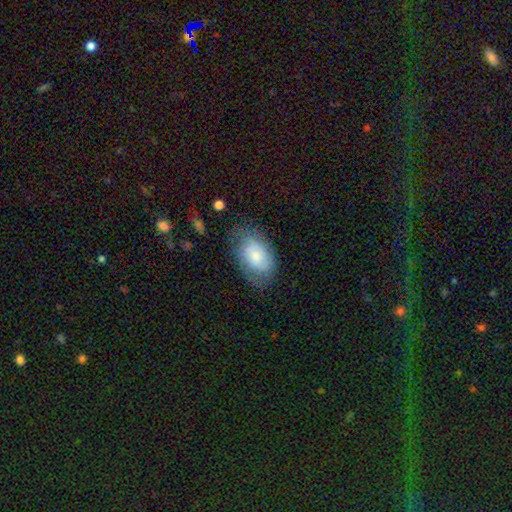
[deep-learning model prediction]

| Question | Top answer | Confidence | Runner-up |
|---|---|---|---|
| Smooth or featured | smooth | 67% | featured or disk (26%) |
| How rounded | in between | 89% | round (10%) |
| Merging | none | 65% | minor disturbance (24%) |